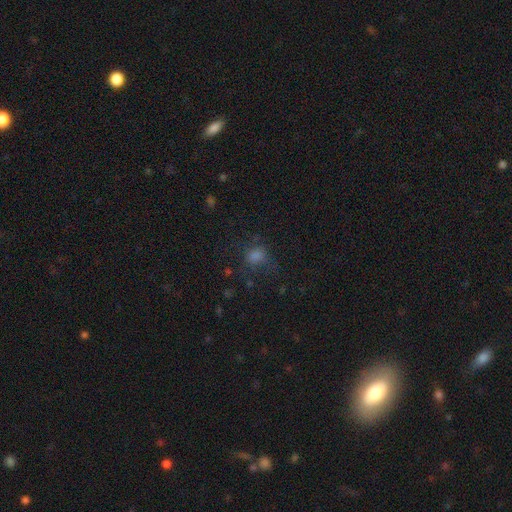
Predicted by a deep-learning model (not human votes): This appears to be a smooth galaxy with no disk features (64%) that is round (65%). Merging: none (64%).